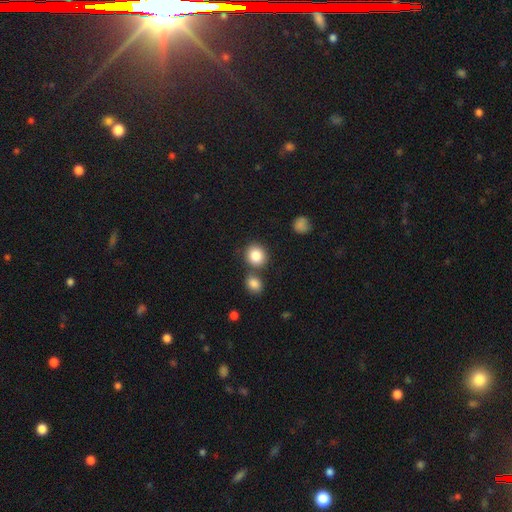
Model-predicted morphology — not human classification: Smooth or featured?
  - smooth: 86% *
  - star or artifact: 9%
  - featured or disk: 5%
How rounded?
  - round: 81% *
  - in between: 18%
  - cigar-shaped: 1%
Merging?
  - none: 68% *
  - merger: 20%
  - minor disturbance: 9%
  - major disturbance: 3%